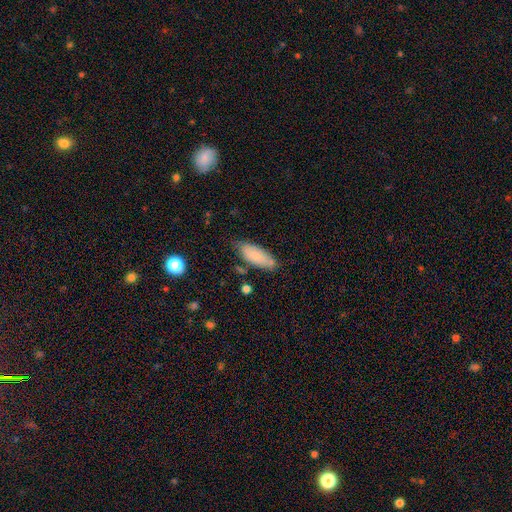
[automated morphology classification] The model was most divided on "merging": none: 70%, minor disturbance: 22%, merger: 4%, major disturbance: 4%. More confident: smooth or featured — smooth (83%); how rounded — in between (76%).